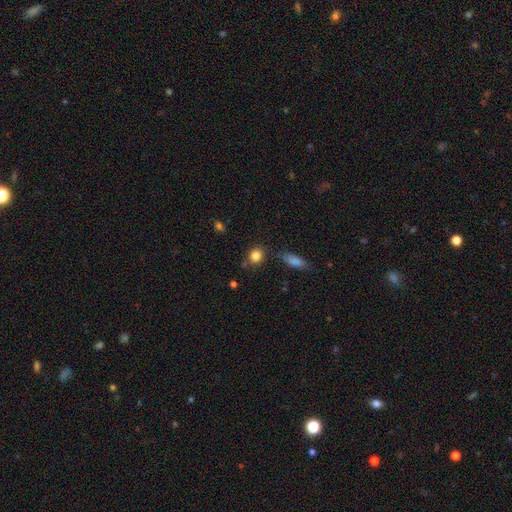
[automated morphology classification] smooth-or-featured: smooth: 84% | star or artifact: 10% | featured or disk: 6%
  how-rounded: round: 74% | in between: 25% | cigar-shaped: 2%
  merging: none: 75% | minor disturbance: 14% | merger: 7% | major disturbance: 4%